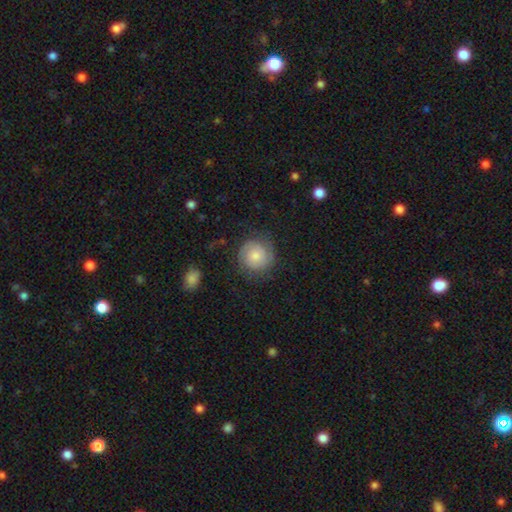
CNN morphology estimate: A smooth galaxy with no disk features (49%). Merging: none (75%).